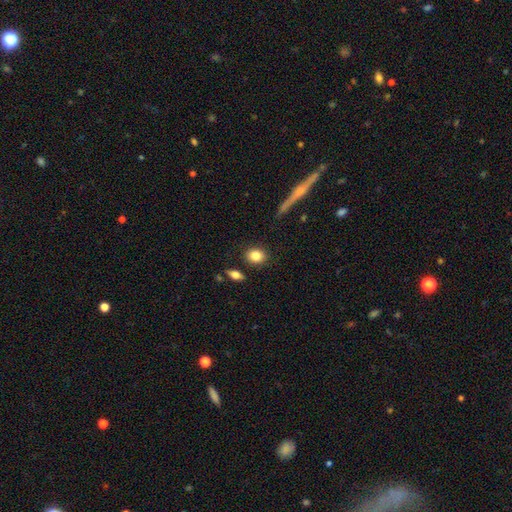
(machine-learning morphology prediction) Overall: smooth (84%). How rounded: round (53%; in between 45%). Merging: none (85%).